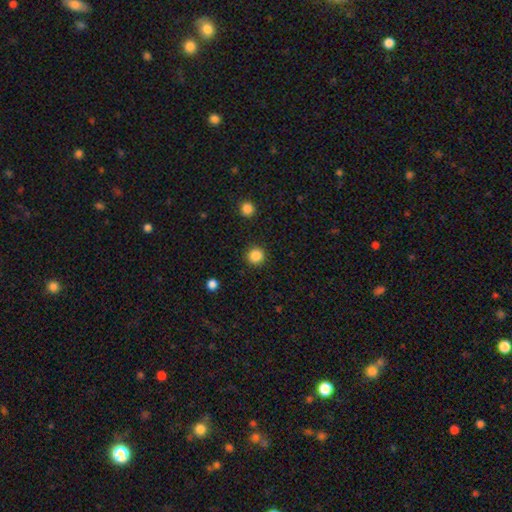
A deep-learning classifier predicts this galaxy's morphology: Smooth or featured? smooth (86%)
How rounded? round (94%)
Merging? none (91%)